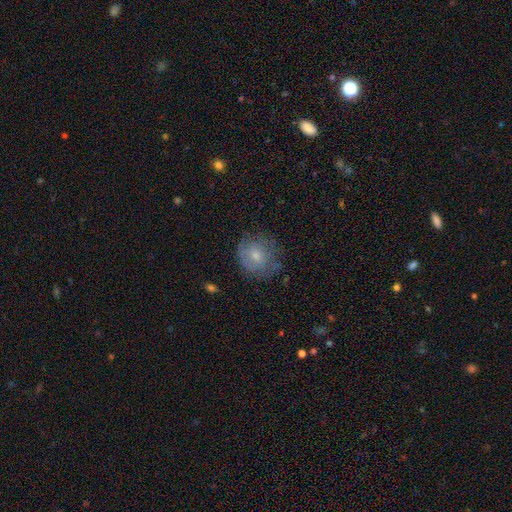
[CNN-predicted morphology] smooth_or_featured: smooth (p=0.60) [alt: featured or disk p=0.31]
how_rounded: round (p=0.75) [alt: in between p=0.24]
merging: none (p=0.64) [alt: minor disturbance p=0.24]